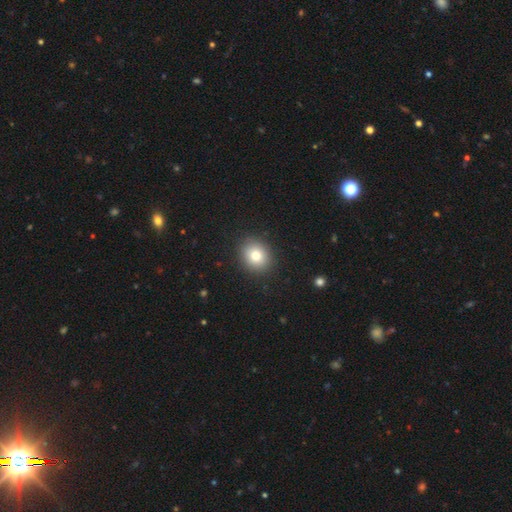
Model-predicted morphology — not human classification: smooth-or-featured: smooth: 80% | star or artifact: 11% | featured or disk: 10%
  how-rounded: round: 71% | in between: 28% | cigar-shaped: 1%
  merging: none: 90% | minor disturbance: 7% | major disturbance: 2% | merger: 1%